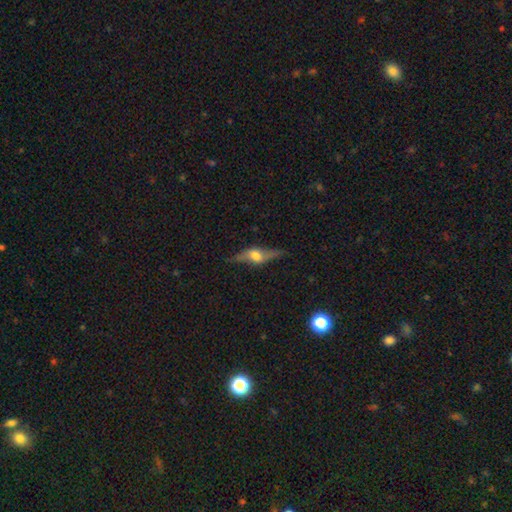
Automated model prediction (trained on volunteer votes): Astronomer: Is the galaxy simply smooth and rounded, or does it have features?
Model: featured or disk — 67%.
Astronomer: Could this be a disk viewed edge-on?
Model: yes — 87%.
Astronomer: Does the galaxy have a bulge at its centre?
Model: rounded — 93%.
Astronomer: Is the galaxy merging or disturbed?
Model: none — 76%.